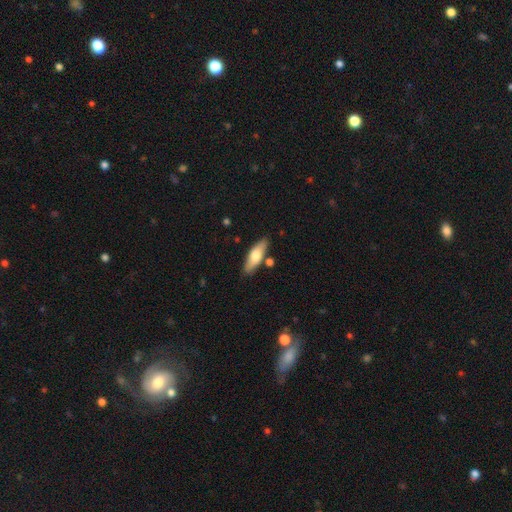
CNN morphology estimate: Smooth or featured?
  - smooth: 64% *
  - featured or disk: 30%
  - star or artifact: 6%
How rounded?
  - in between: 55% *
  - cigar-shaped: 43%
  - round: 2%
Merging?
  - none: 81% *
  - minor disturbance: 11%
  - merger: 6%
  - major disturbance: 2%